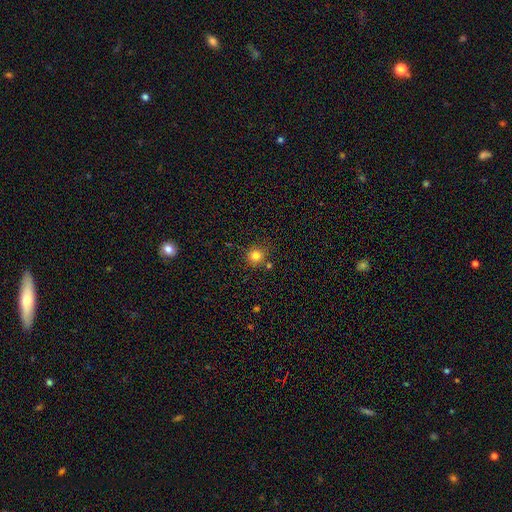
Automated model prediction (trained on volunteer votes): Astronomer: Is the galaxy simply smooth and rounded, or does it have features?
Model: smooth — 81%.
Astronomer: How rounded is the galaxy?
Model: round — 90%.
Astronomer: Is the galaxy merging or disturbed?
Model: none — 77%.